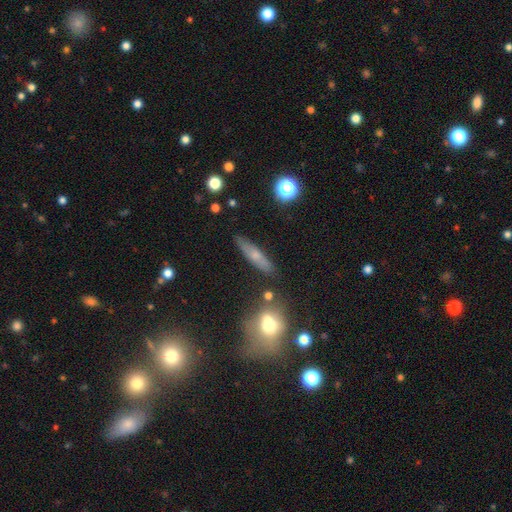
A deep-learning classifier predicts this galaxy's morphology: smooth_or_featured: smooth (p=0.53) [alt: featured or disk p=0.37]
how_rounded: cigar-shaped (p=0.77) [alt: in between p=0.19]
merging: none (p=0.83) [alt: minor disturbance p=0.11]